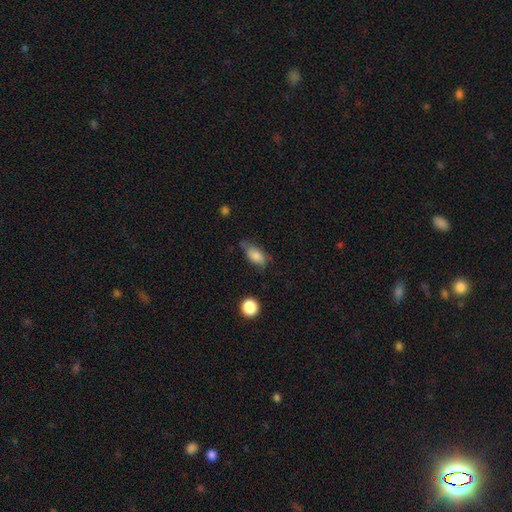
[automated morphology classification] Smooth or featured? Predicted: smooth (p=0.79). How rounded? Predicted: in between (p=0.88). Merging? Predicted: none (p=0.54).